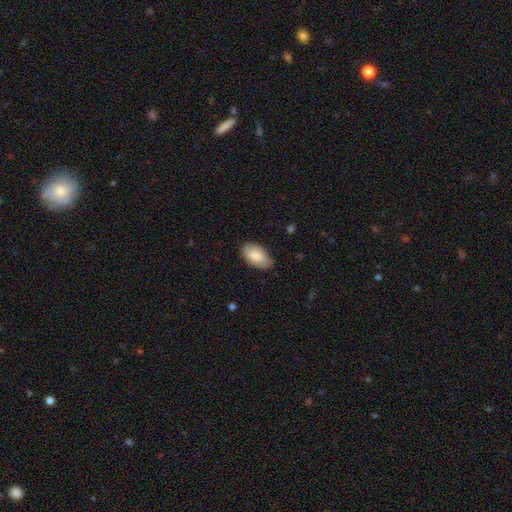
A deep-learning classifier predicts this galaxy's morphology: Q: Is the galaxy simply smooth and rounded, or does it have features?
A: smooth — 80%.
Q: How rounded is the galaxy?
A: in between — 95%.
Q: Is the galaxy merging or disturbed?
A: none — 79%.